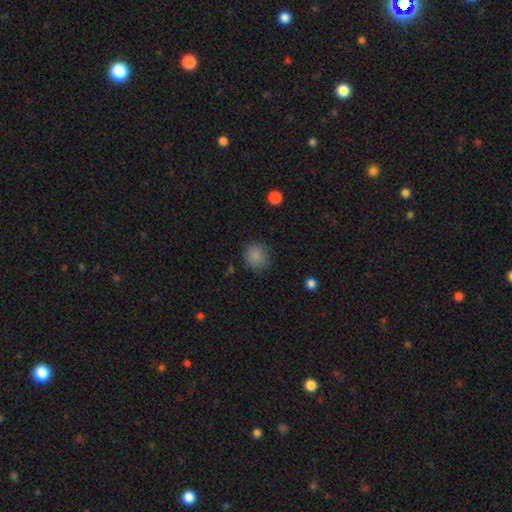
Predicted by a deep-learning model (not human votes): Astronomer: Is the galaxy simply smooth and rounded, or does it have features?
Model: smooth — 85%.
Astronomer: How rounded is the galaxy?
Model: round — 85%.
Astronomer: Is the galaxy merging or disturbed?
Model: none — 82%.